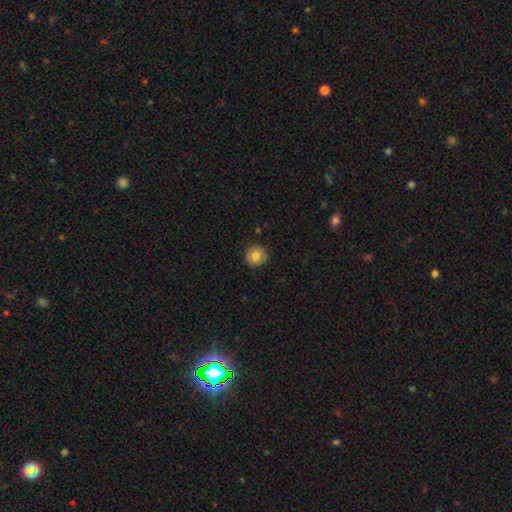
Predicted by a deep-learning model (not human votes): Smooth or featured: smooth — 77% (featured or disk — 15%)
How rounded: round — 93% (in between — 6%)
Merging: none — 89% (minor disturbance — 8%)